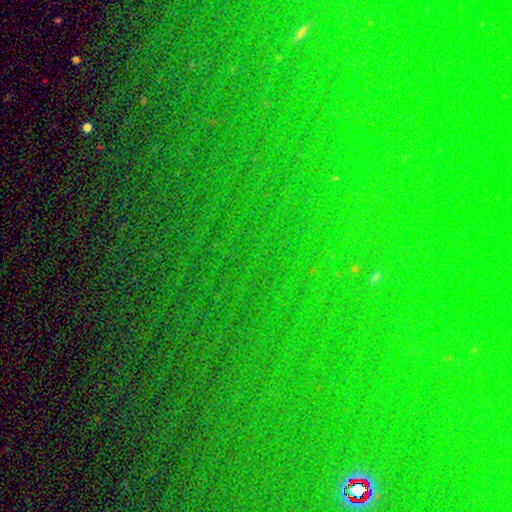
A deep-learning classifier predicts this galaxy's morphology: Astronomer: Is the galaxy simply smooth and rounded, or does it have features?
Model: star or artifact — 80%.